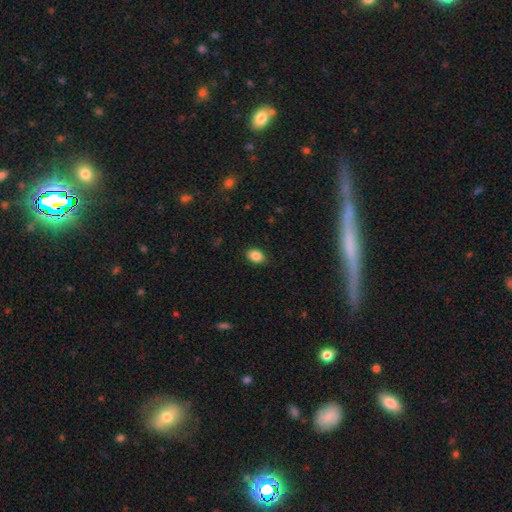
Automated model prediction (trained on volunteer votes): This is clearly a smooth galaxy (87%). How rounded: clearly in between (80%). Merging: clearly none (87%).